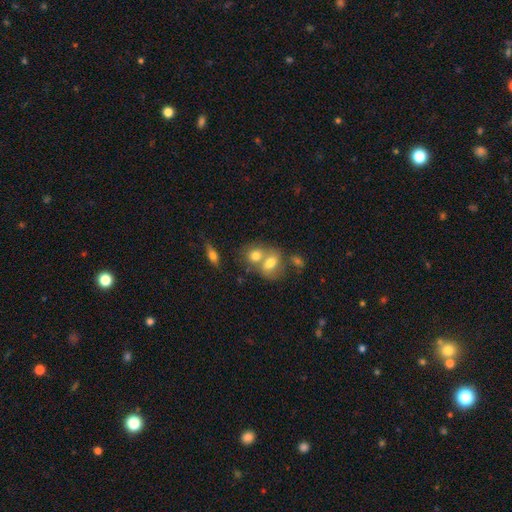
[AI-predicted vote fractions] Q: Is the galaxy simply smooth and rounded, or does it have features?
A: smooth — 70%.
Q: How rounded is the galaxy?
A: in between — 55%.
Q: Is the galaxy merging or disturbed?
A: merger — 59%.